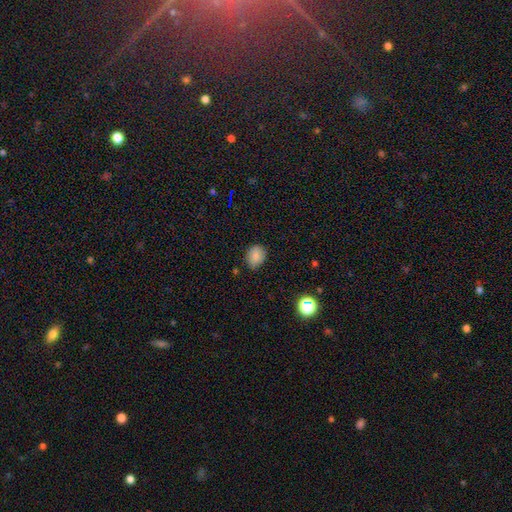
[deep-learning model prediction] smooth 84%, star or artifact 11%, featured or disk 5%. Down the decision tree: how rounded — in between (57%); merging — none (75%).